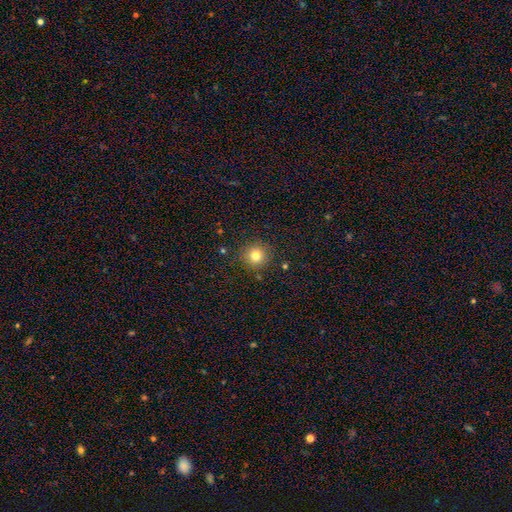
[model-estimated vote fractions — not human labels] Morphology: type=smooth (79%); roundness=round (94%); merging=none (89%).